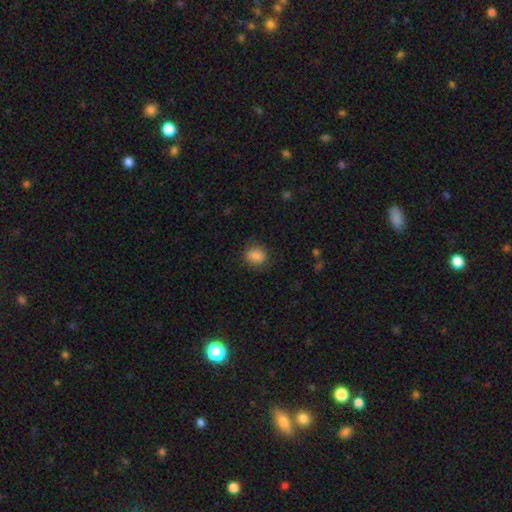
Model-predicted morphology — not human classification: Smooth or featured?
  - smooth: 85% *
  - star or artifact: 9%
  - featured or disk: 6%
How rounded?
  - round: 58% *
  - in between: 41%
  - cigar-shaped: 1%
Merging?
  - none: 80% *
  - minor disturbance: 15%
  - major disturbance: 5%
  - merger: 1%